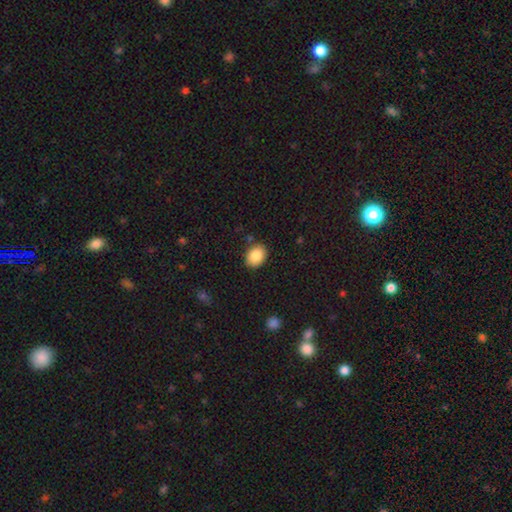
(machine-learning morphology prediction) The model was most divided on "how rounded": in between: 66%, round: 33%, cigar-shaped: 1%. More confident: smooth or featured — smooth (88%); merging — none (85%).